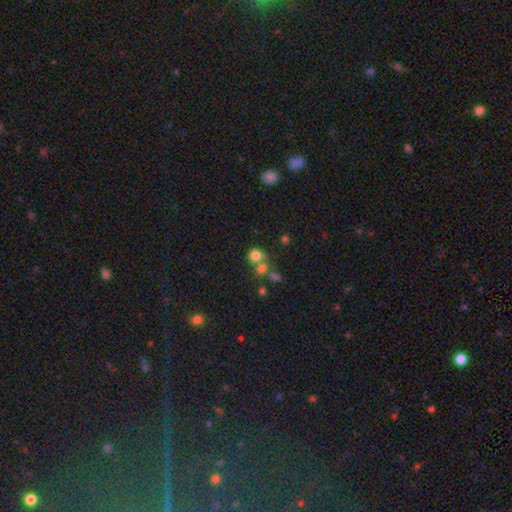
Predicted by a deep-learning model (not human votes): smooth 75%, star or artifact 14%, featured or disk 10%. Down the decision tree: how rounded — round (81%); merging — none (46%).